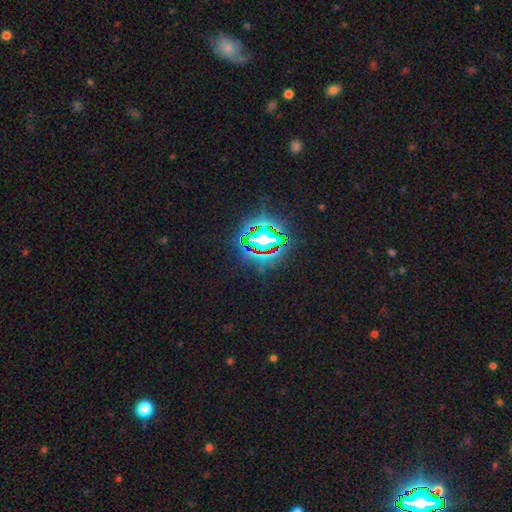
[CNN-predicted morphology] This appears to be a star or artifact, not a galaxy (84%).